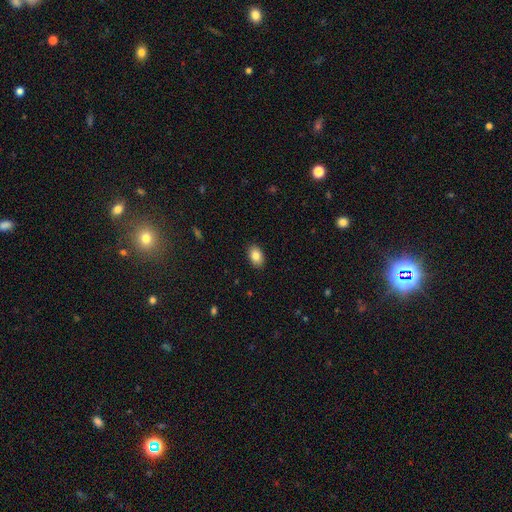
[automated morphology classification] Overall: smooth (85%). How rounded: in between (87%). Merging: none (89%).